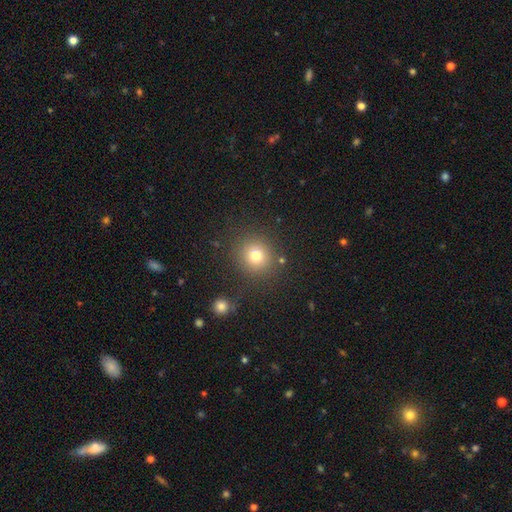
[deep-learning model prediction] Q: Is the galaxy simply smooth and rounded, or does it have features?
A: smooth — 76%.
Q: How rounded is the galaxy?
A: round — 90%.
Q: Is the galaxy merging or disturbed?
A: none — 84%.